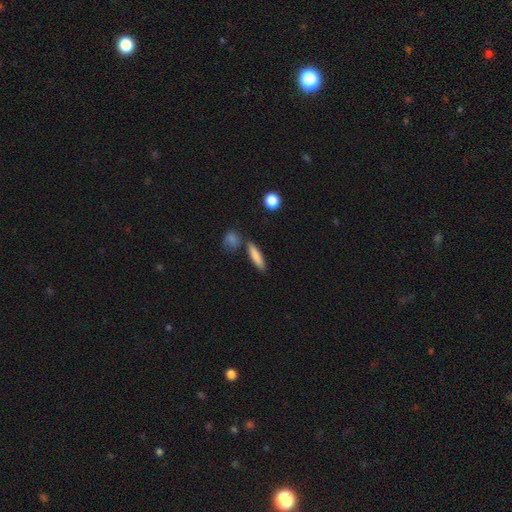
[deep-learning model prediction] Smooth or featured: smooth — 82% (featured or disk — 12%)
How rounded: cigar-shaped — 77% (in between — 20%)
Merging: none — 77% (minor disturbance — 11%)